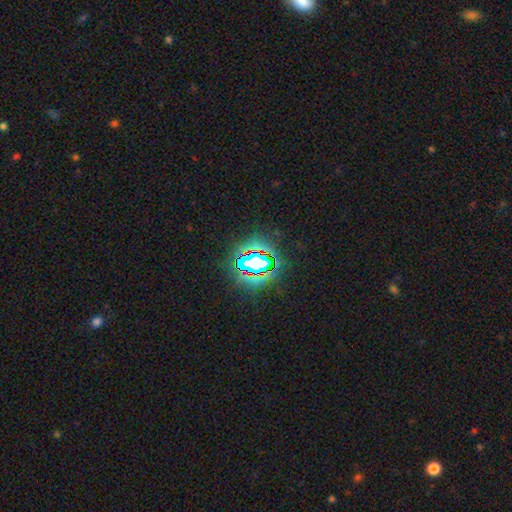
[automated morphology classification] This is likely a star or artifact rather than a galaxy (73%).